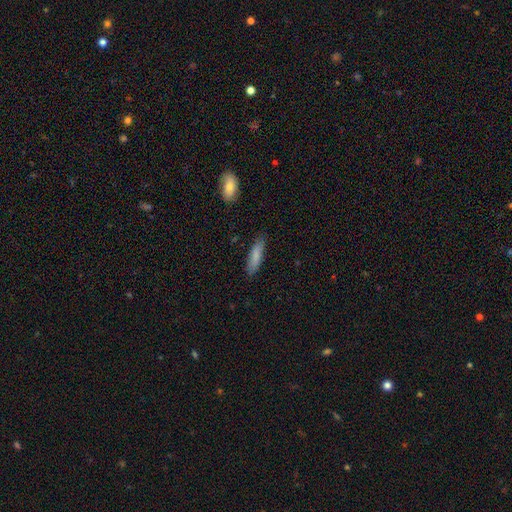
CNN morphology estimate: Smooth or featured? Predicted: smooth (p=0.83). How rounded? Predicted: cigar-shaped (p=0.68). Merging? Predicted: none (p=0.84).